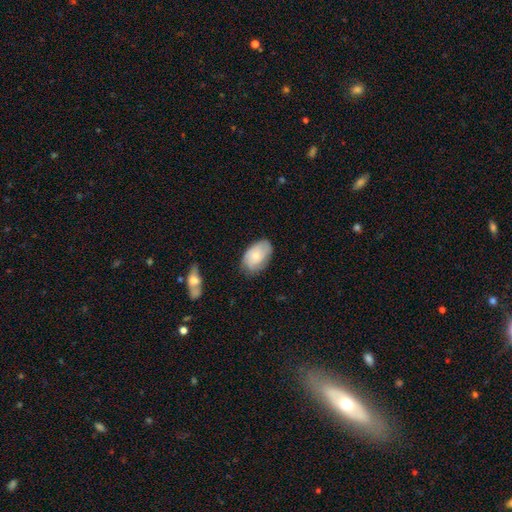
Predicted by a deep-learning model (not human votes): Q: Smooth or featured?
A: smooth (62%); runner-up: featured or disk (32%)
Q: How rounded?
A: in between (90%); runner-up: round (9%)
Q: Merging?
A: none (69%); runner-up: minor disturbance (25%)